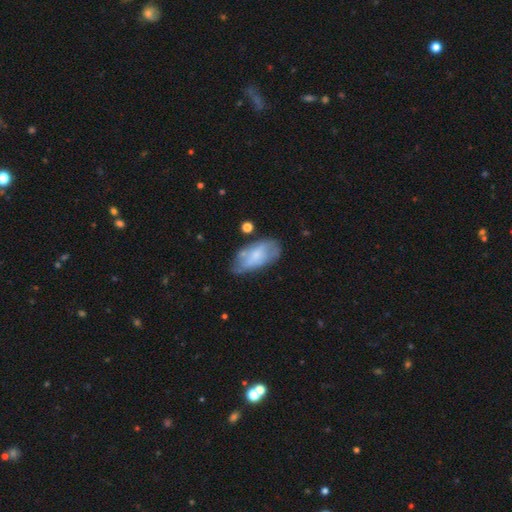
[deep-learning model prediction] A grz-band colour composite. It shows a smooth galaxy with no disk features (49%). Merging: none (54%).